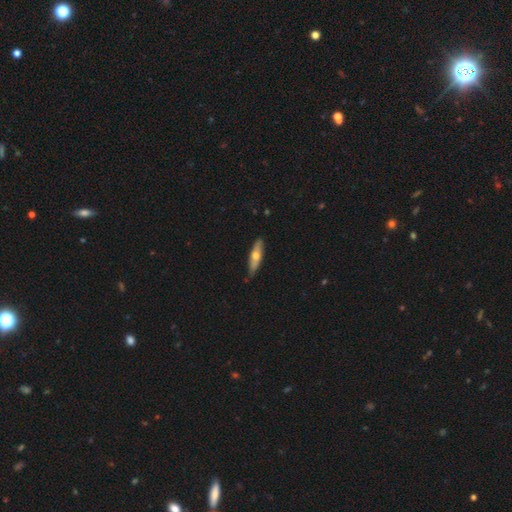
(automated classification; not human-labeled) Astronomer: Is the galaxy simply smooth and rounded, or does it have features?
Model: smooth — 53% (runner-up: featured or disk, 42%).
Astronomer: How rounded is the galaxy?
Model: cigar-shaped — 68%.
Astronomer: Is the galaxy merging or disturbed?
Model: none — 82%.